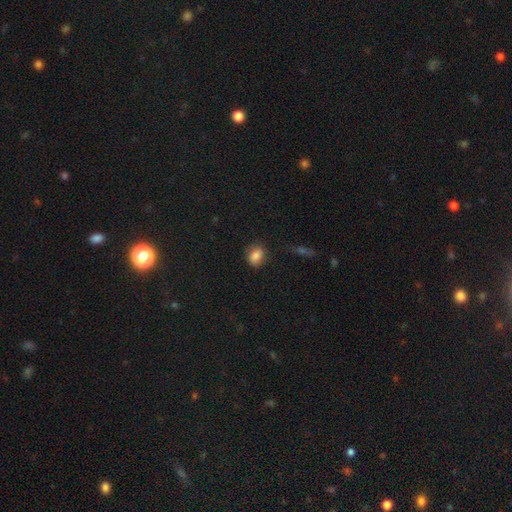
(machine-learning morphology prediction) This appears to be a smooth galaxy with no disk features (84%) that is in between round and cigar-shaped (65%). Merging: none (78%).